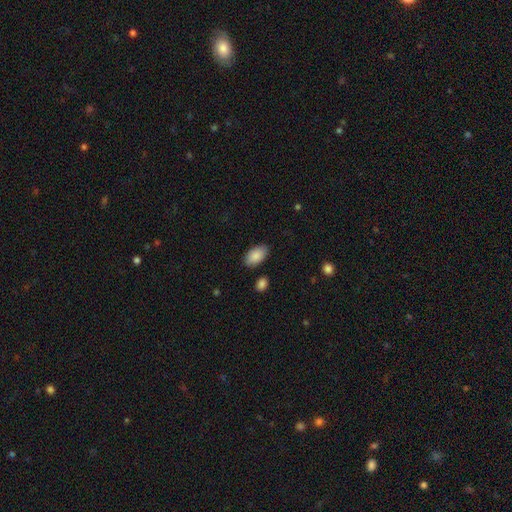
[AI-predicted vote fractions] smooth 88%, star or artifact 6%, featured or disk 6%. Down the decision tree: how rounded — in between (95%); merging — none (85%).